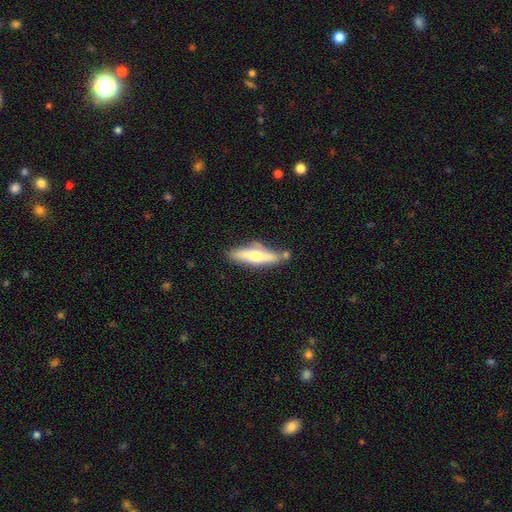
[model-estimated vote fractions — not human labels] smooth_or_featured: featured or disk (p=0.48) [alt: smooth p=0.47]
merging: none (p=0.62) [alt: minor disturbance p=0.20]